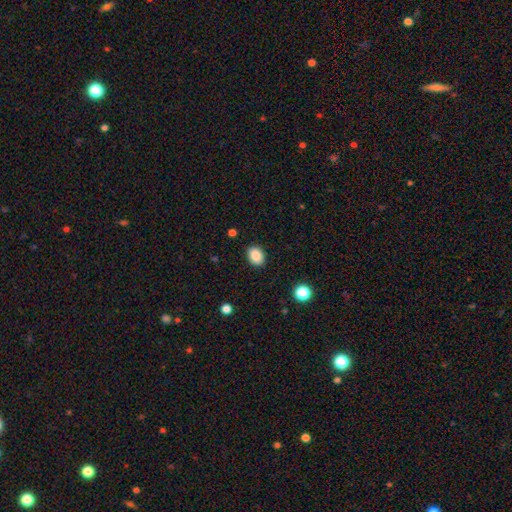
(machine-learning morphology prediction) A smooth galaxy with no disk features (87%) that is in between round and cigar-shaped (69%). Merging: none (89%).